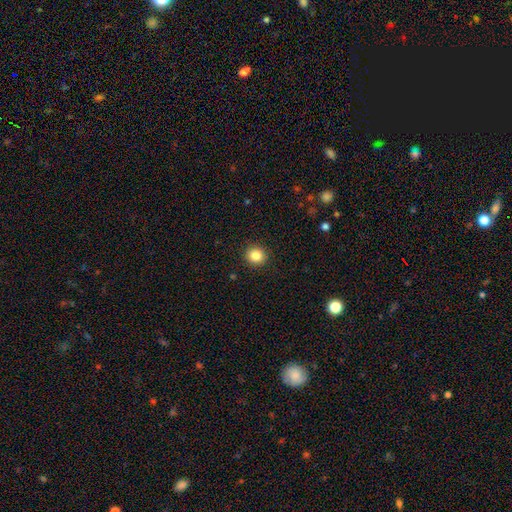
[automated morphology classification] smooth 85%, star or artifact 10%, featured or disk 5%. Down the decision tree: how rounded — round (89%); merging — none (93%).